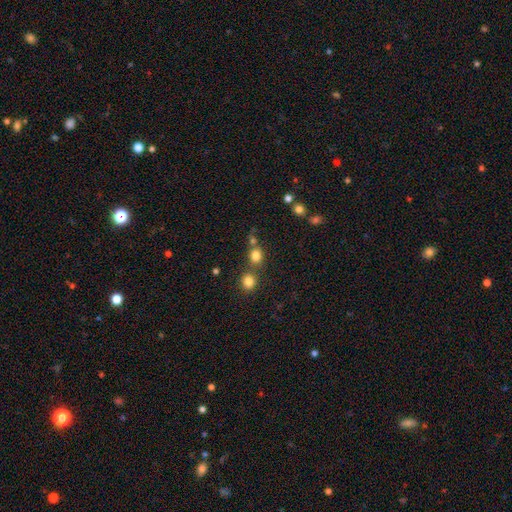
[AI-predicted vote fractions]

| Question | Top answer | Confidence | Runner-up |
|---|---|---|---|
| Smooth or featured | smooth | 79% | star or artifact (14%) |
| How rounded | round | 69% | in between (29%) |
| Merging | none | 57% | merger (29%) |